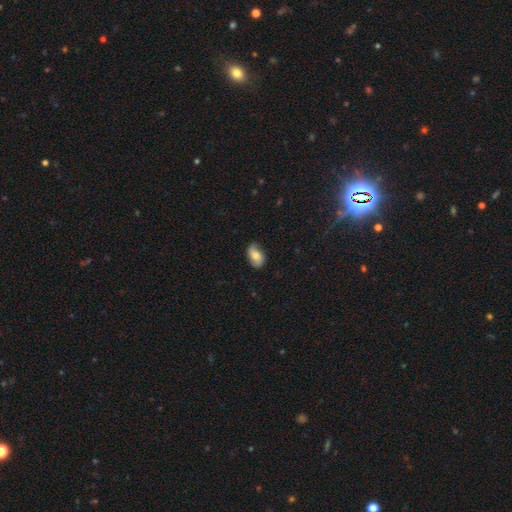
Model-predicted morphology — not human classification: This appears to be a smooth galaxy with no disk features (62%) that is in between round and cigar-shaped (90%). Merging: none (72%).